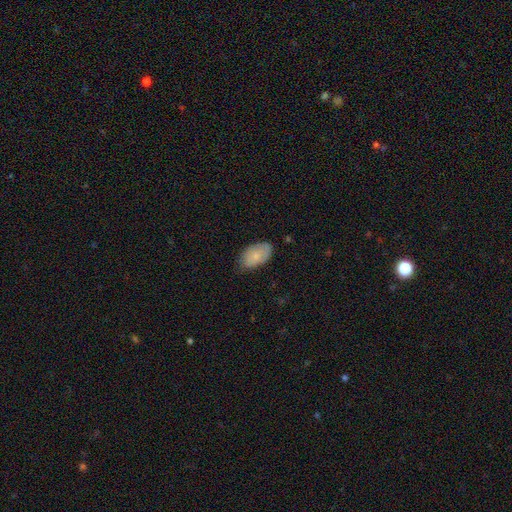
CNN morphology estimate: Overall: smooth (77%). How rounded: in between (94%). Merging: none (66%; minor disturbance 28%).